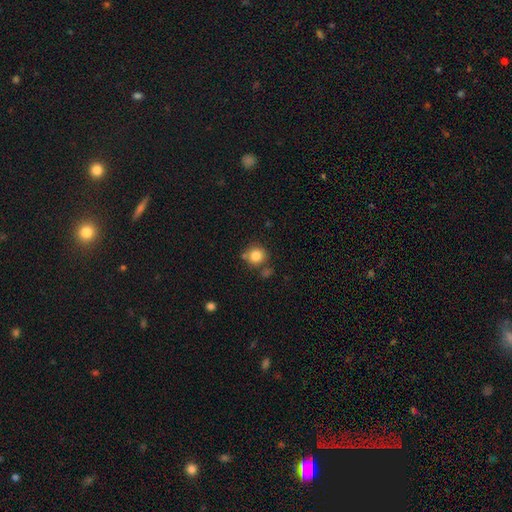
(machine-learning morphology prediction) A smooth galaxy with no disk features (82%) that is round (89%). Merging: none (72%).